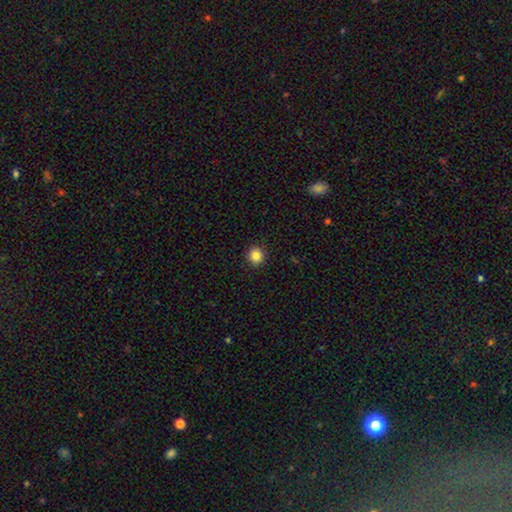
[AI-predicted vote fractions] smooth_or_featured: smooth (p=0.85) [alt: star or artifact p=0.11]
how_rounded: round (p=0.90) [alt: in between p=0.09]
merging: none (p=0.92) [alt: minor disturbance p=0.05]